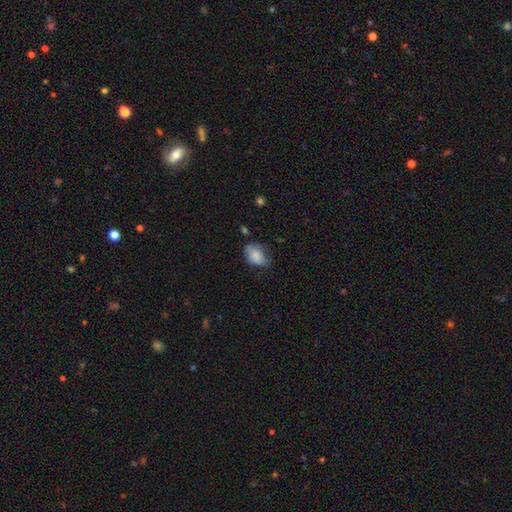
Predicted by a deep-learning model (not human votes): Q: Smooth or featured?
A: smooth (81%); runner-up: featured or disk (12%)
Q: How rounded?
A: in between (82%); runner-up: round (16%)
Q: Merging?
A: none (50%); runner-up: minor disturbance (37%)